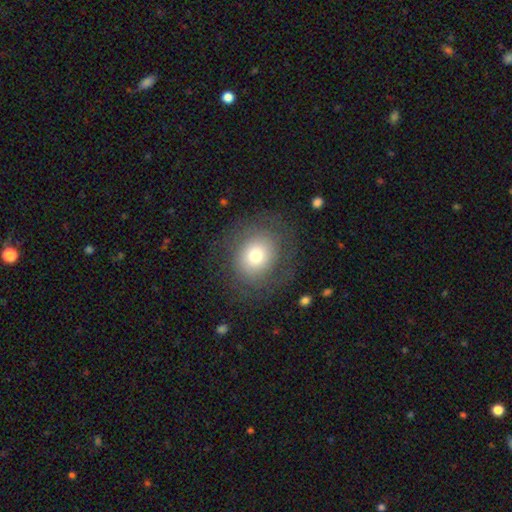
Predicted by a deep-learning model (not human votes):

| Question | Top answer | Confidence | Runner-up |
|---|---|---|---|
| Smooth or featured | smooth | 62% | featured or disk (27%) |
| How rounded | round | 73% | in between (26%) |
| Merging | none | 75% | minor disturbance (13%) |